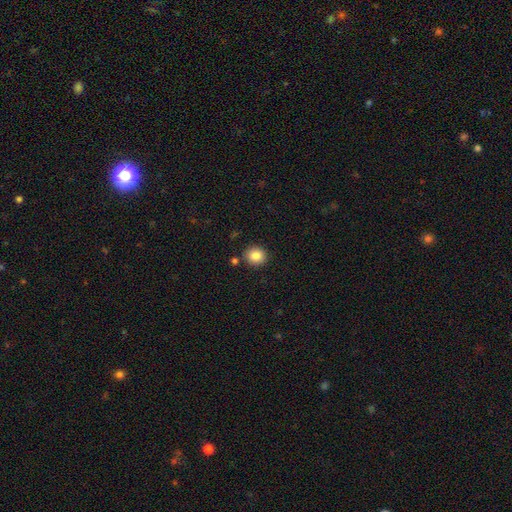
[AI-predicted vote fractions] Smooth or featured? Predicted: smooth (p=0.86). How rounded? Predicted: round (p=0.85). Merging? Predicted: none (p=0.87).